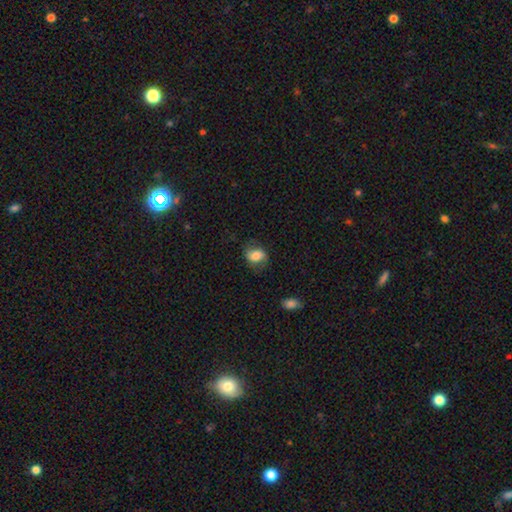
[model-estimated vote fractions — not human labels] This appears to be a smooth galaxy with no disk features (63%) that is in between round and cigar-shaped (65%). Merging: none (66%).